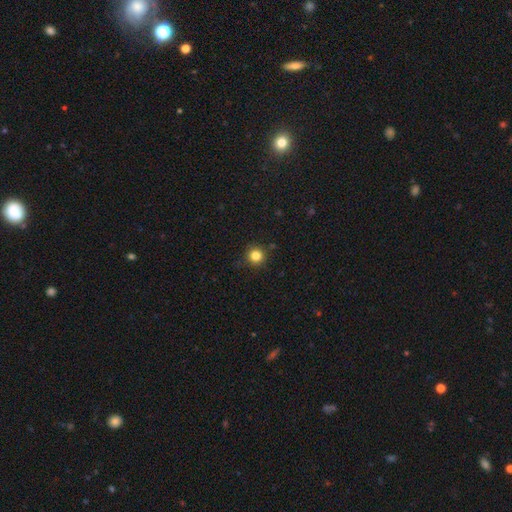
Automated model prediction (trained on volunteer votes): Overall: smooth (83%). How rounded: round (95%). Merging: none (89%).